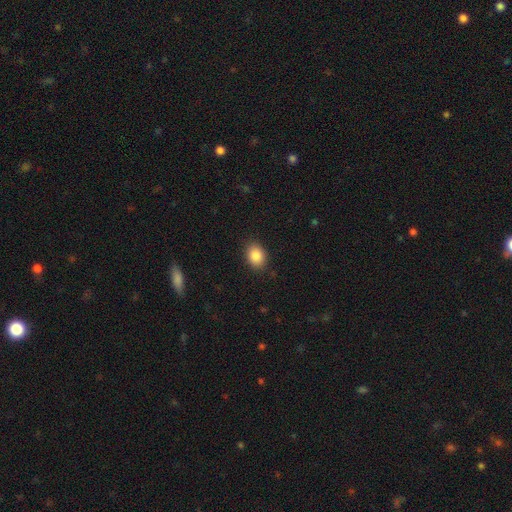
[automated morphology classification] smooth-or-featured: smooth: 86% | star or artifact: 8% | featured or disk: 6%
  how-rounded: in between: 67% | round: 32% | cigar-shaped: 1%
  merging: none: 88% | minor disturbance: 8% | major disturbance: 2% | merger: 1%